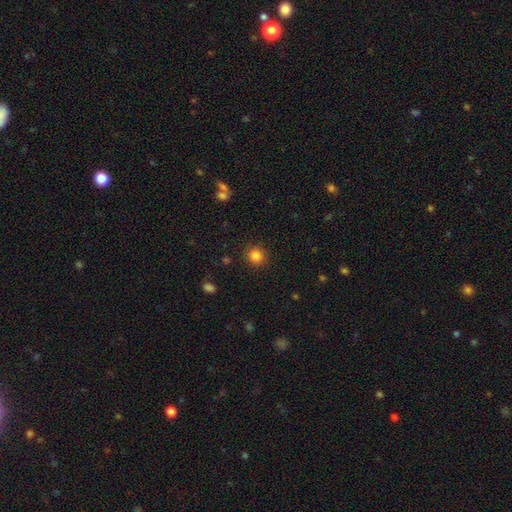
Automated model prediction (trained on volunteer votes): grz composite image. It shows a smooth galaxy with no disk features (84%) that is round (91%). Merging: none (90%).